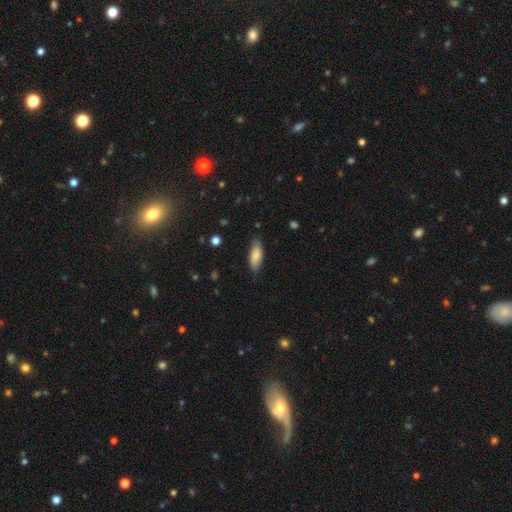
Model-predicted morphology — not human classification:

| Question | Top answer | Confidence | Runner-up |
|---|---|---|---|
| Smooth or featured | smooth | 81% | featured or disk (13%) |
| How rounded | in between | 75% | cigar-shaped (23%) |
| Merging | none | 76% | minor disturbance (20%) |